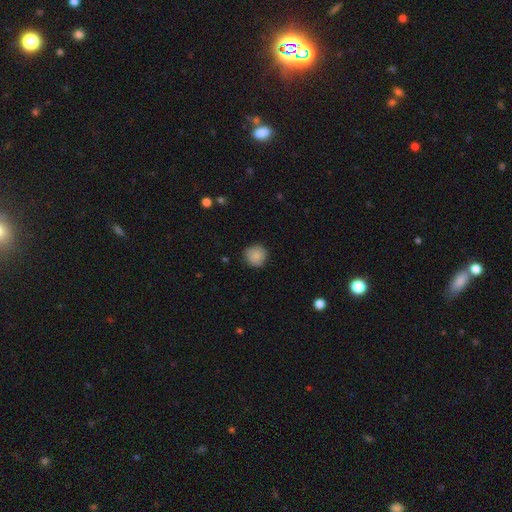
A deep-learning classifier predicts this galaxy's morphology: This is clearly a smooth galaxy (86%). How rounded: clearly round (92%). Merging: clearly none (84%).